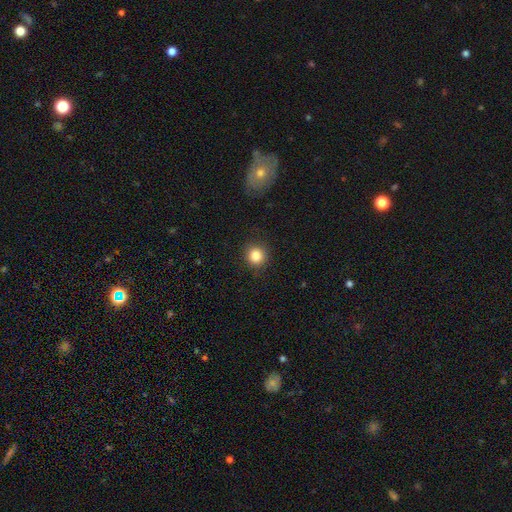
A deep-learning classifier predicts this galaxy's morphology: smooth-or-featured: smooth: 85% | star or artifact: 10% | featured or disk: 5%
  how-rounded: round: 89% | in between: 10% | cigar-shaped: 1%
  merging: none: 88% | minor disturbance: 8% | major disturbance: 3% | merger: 1%